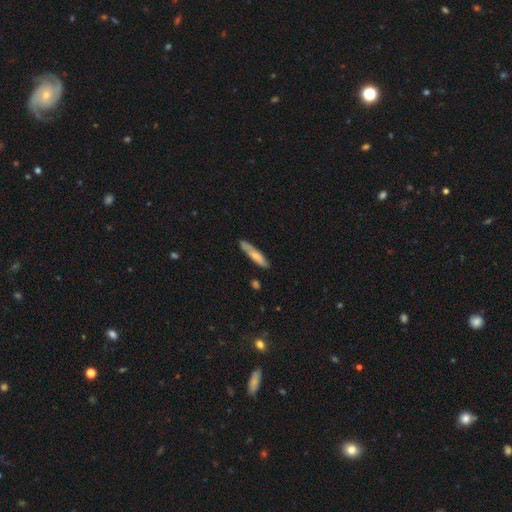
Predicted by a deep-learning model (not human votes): smooth 68%, featured or disk 27%, star or artifact 6%. Down the decision tree: how rounded — cigar-shaped (84%); merging — none (76%).